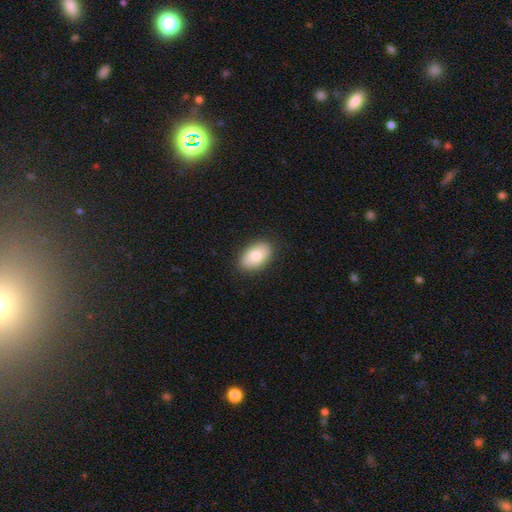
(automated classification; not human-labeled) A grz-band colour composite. It shows a smooth galaxy with no disk features (84%) that is in between round and cigar-shaped (94%). Merging: none (88%).